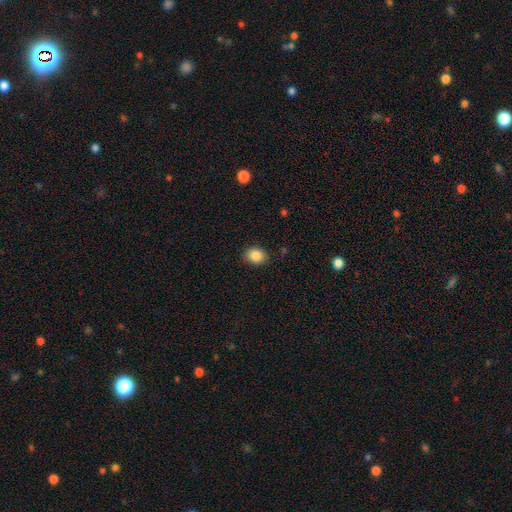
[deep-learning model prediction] This is clearly a smooth galaxy (85%). How rounded: possibly round (50%). Merging: clearly none (85%).